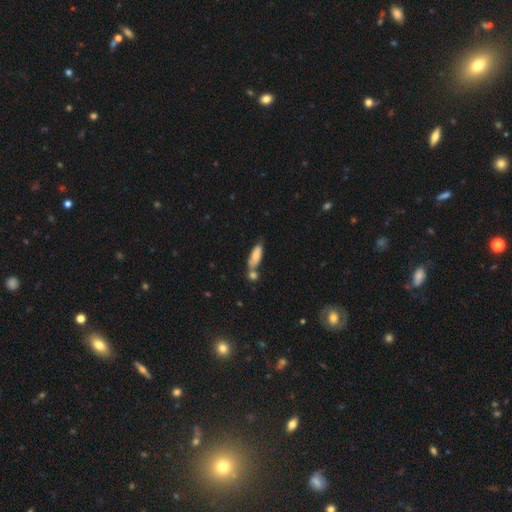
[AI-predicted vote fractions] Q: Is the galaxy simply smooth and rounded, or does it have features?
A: smooth — 76%.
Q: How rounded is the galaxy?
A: in between — 63%.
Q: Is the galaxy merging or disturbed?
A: none — 41%.